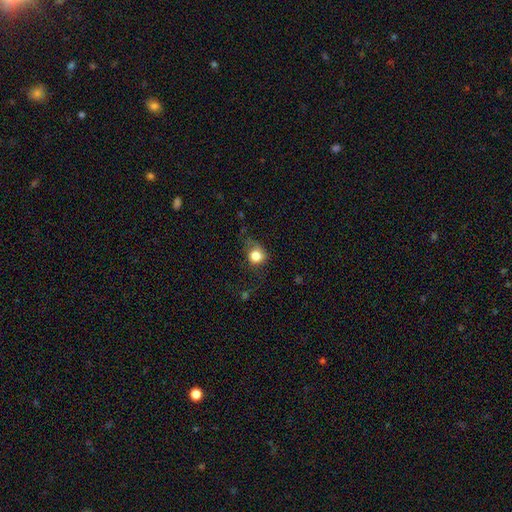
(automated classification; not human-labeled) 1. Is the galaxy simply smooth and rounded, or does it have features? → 80% smooth, 10% star or artifact, 10% featured or disk.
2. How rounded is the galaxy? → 75% round, 24% in between, 1% cigar-shaped.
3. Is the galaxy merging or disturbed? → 49% none, 30% minor disturbance, 20% major disturbance, 2% merger.